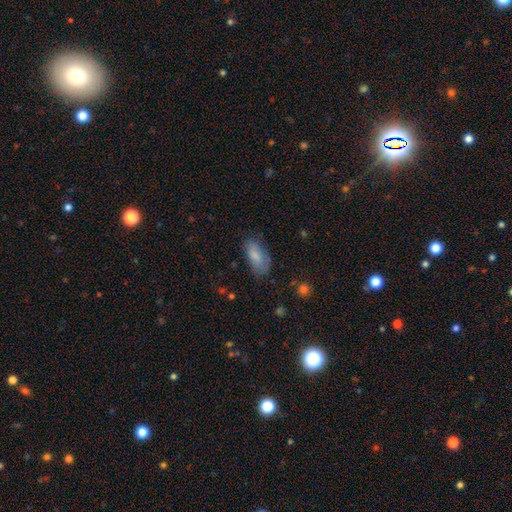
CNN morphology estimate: type=smooth (80%); roundness=in between (89%); merging=none (66%).